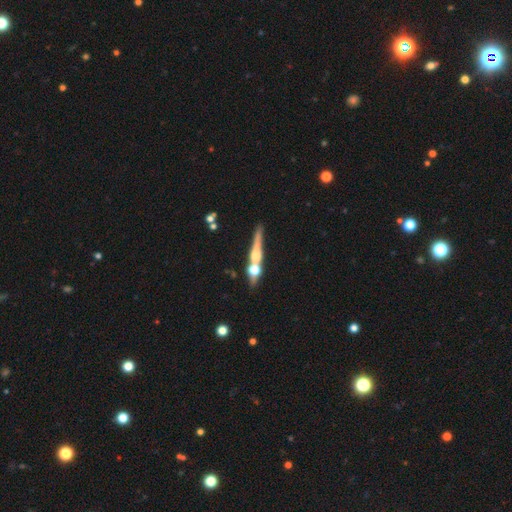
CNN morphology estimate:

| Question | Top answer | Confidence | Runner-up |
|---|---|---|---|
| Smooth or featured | featured or disk | 61% | smooth (29%) |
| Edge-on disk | yes | 89% | no (11%) |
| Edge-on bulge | rounded | 84% | boxy (8%) |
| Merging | none | 51% | merger (31%) |